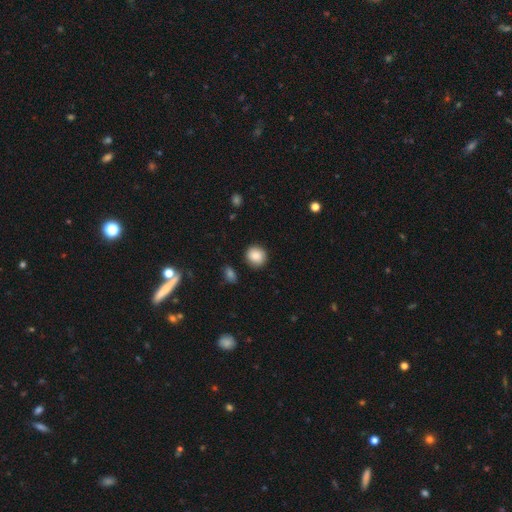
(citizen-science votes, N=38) Smooth or featured? 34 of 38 (89%) said smooth. How rounded? 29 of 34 (85%) said round. Merging? 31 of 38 (82%) said none.